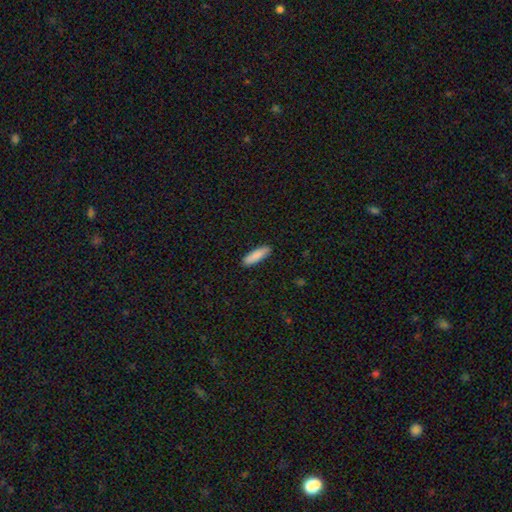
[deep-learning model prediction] smooth-or-featured: smooth: 88% | featured or disk: 6% | star or artifact: 5%
  how-rounded: cigar-shaped: 62% | in between: 36% | round: 2%
  merging: none: 89% | minor disturbance: 8% | major disturbance: 2% | merger: 1%